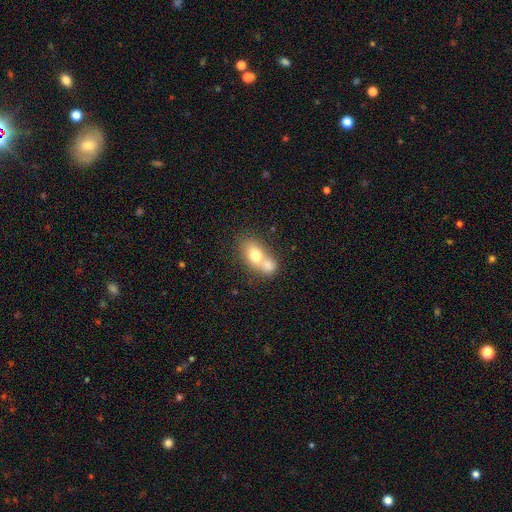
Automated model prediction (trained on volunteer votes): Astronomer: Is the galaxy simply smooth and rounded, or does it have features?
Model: smooth — 72%.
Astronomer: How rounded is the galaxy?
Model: in between — 77%.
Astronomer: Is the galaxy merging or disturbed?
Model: merger — 62%.